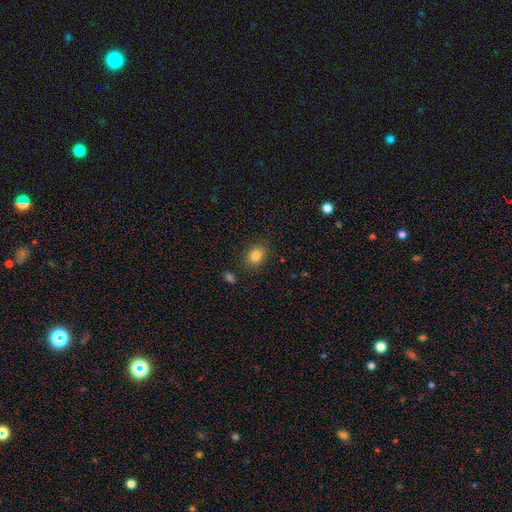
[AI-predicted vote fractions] This is clearly a smooth galaxy (83%). How rounded: possibly in between (55%). Merging: clearly none (86%).